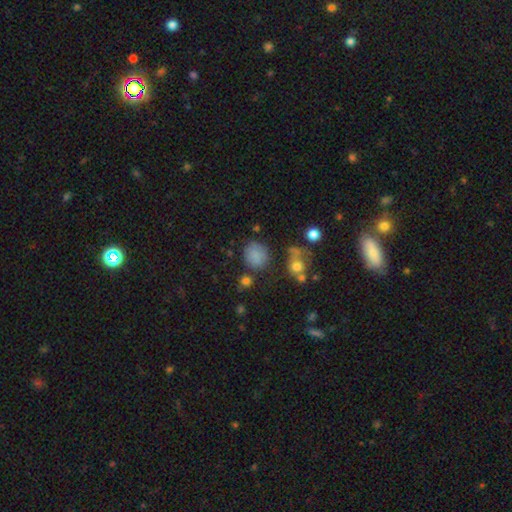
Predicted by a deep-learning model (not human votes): Smooth or featured: smooth — 79% (star or artifact — 12%)
How rounded: round — 70% (in between — 29%)
Merging: none — 67% (minor disturbance — 19%)